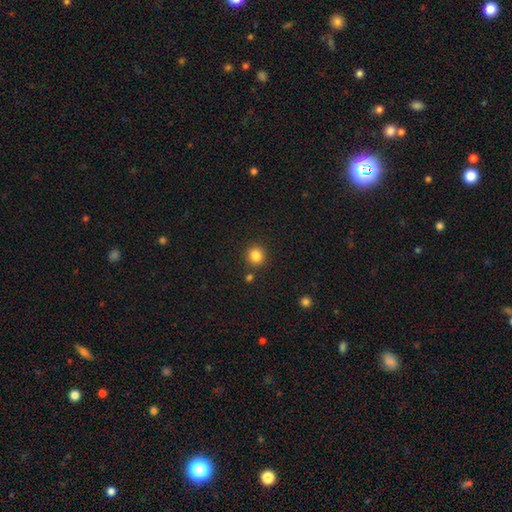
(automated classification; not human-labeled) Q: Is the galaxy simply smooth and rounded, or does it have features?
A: smooth — 85%.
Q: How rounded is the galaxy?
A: round — 92%.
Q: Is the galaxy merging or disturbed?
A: none — 86%.